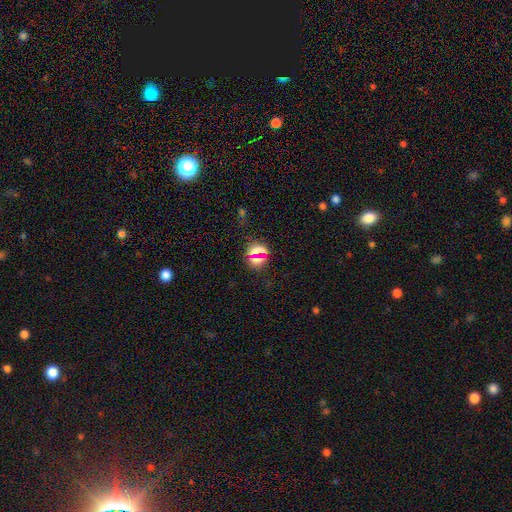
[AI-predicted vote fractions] Smooth or featured?
  - star or artifact: 46% *
  - smooth: 42%
  - featured or disk: 12%